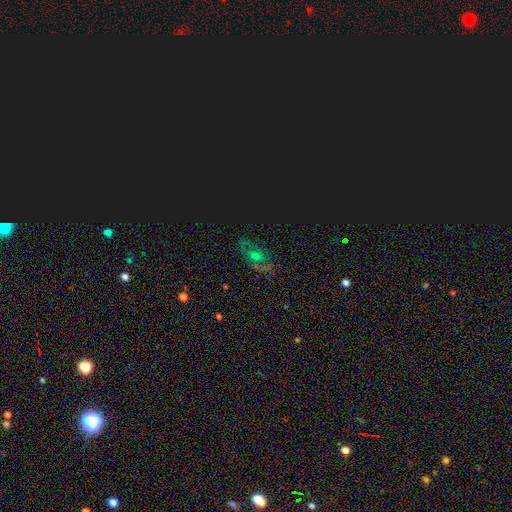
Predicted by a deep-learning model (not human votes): This appears to be a star or artifact, not a galaxy (38%).